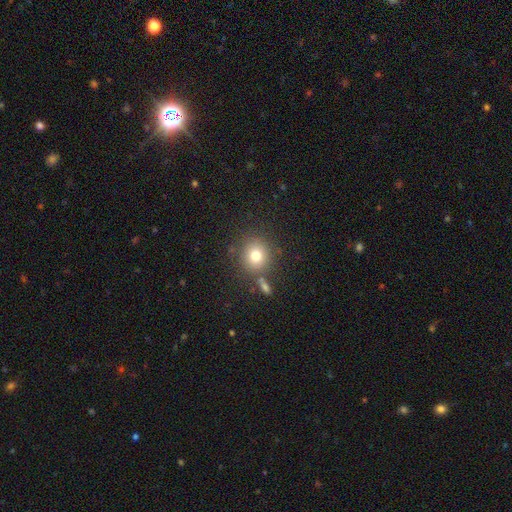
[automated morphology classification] smooth 77%, star or artifact 13%, featured or disk 10%. Down the decision tree: how rounded — round (86%); merging — none (78%).